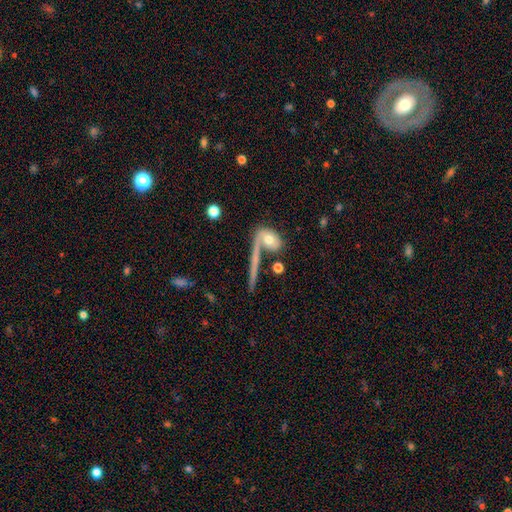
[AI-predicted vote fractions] smooth-or-featured: featured or disk: 47% | smooth: 42% | star or artifact: 10%
  merging: none: 46% | merger: 28% | major disturbance: 13% | minor disturbance: 13%